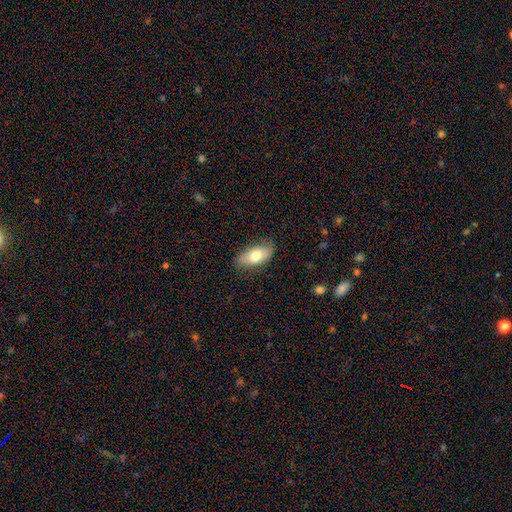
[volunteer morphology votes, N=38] Volunteers were most divided on "merging": none: 74%, minor disturbance: 26%, major disturbance: 0%, merger: 0%. More confident: how rounded — in between (89%); smooth or featured — smooth (71%).